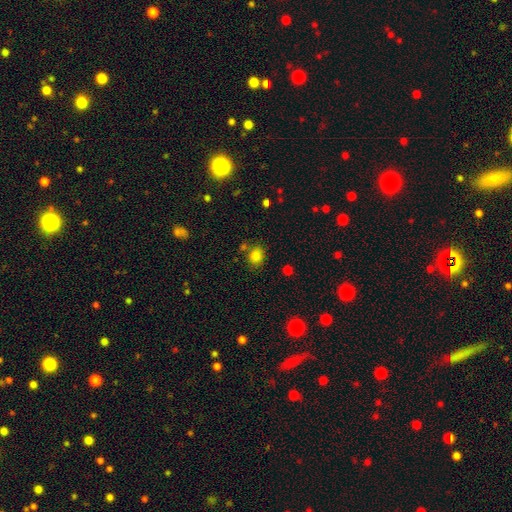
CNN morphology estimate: type=smooth (82%); roundness=round (60%); merging=none (74%).